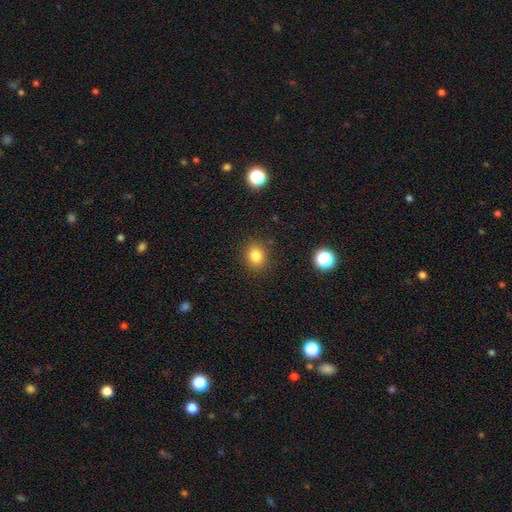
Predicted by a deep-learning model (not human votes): Smooth or featured?
  - smooth: 81% *
  - star or artifact: 13%
  - featured or disk: 6%
How rounded?
  - round: 65% *
  - in between: 34%
  - cigar-shaped: 1%
Merging?
  - none: 87% *
  - minor disturbance: 8%
  - major disturbance: 3%
  - merger: 2%